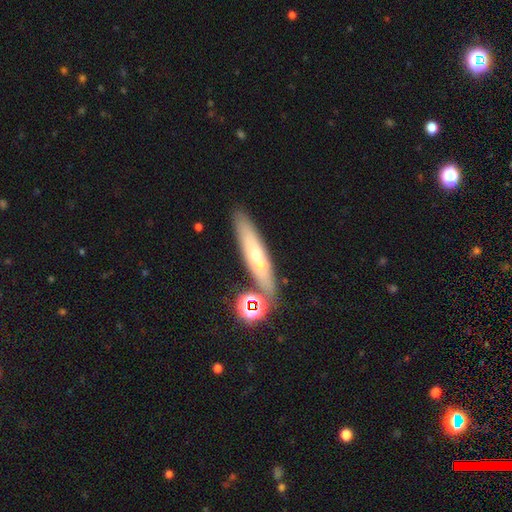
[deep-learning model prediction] Smooth or featured?
  - smooth: 43% *
  - featured or disk: 40%
  - star or artifact: 17%
Merging?
  - none: 70% *
  - merger: 15%
  - minor disturbance: 11%
  - major disturbance: 4%